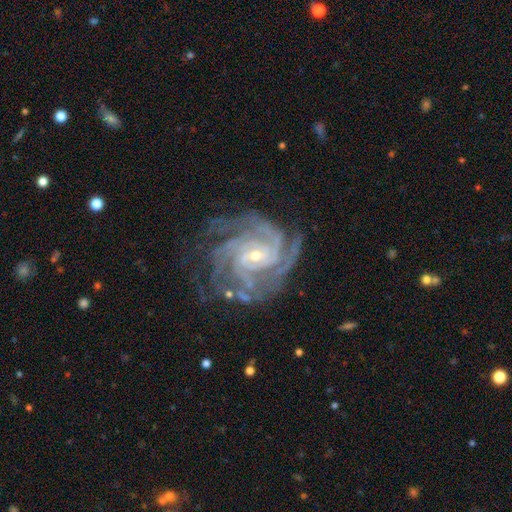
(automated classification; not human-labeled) Smooth or featured? featured or disk (92%)
Edge-on disk? no (98%)
Bar? no (56%)
Spiral arms? yes (98%)
Spiral winding? tight (71%)
Spiral arm count? 4 (34%)
Bulge size? small (69%)
Merging? none (69%)